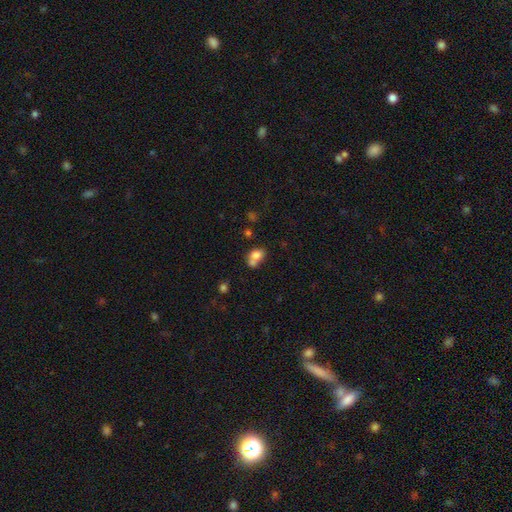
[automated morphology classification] Smooth or featured?
  - smooth: 76% *
  - featured or disk: 14%
  - star or artifact: 11%
How rounded?
  - in between: 57% *
  - round: 42%
  - cigar-shaped: 1%
Merging?
  - merger: 54% *
  - none: 30%
  - minor disturbance: 10%
  - major disturbance: 5%